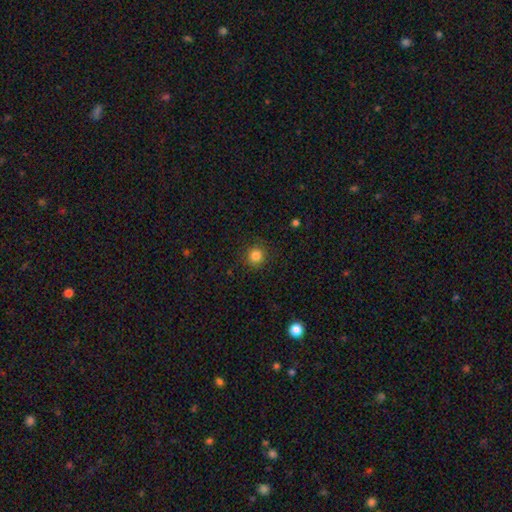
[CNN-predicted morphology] type=smooth (83%); roundness=round (93%); merging=none (89%).